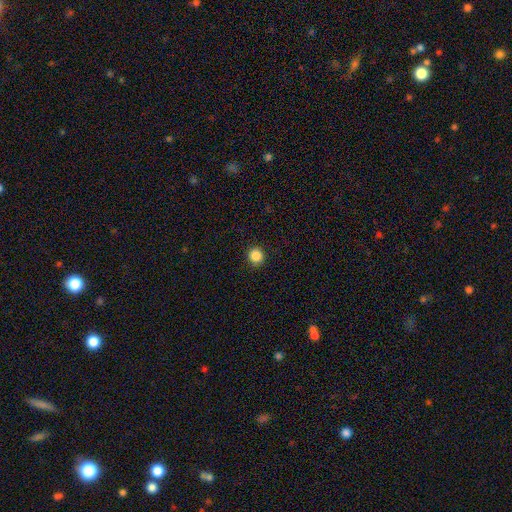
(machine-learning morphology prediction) A smooth galaxy with no disk features (87%) that is round (94%). Merging: none (93%).